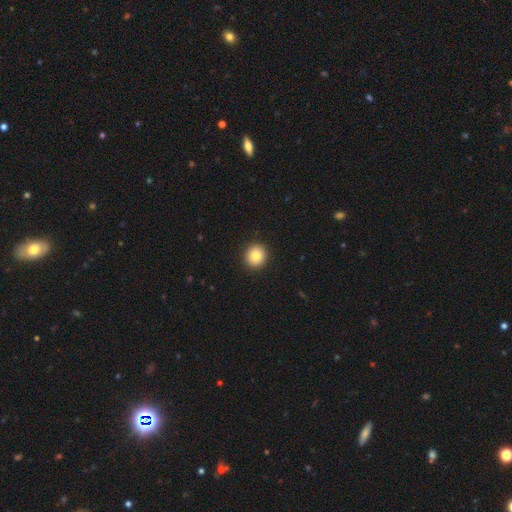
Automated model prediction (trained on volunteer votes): This is clearly a smooth galaxy (84%). How rounded: clearly round (88%). Merging: clearly none (93%).